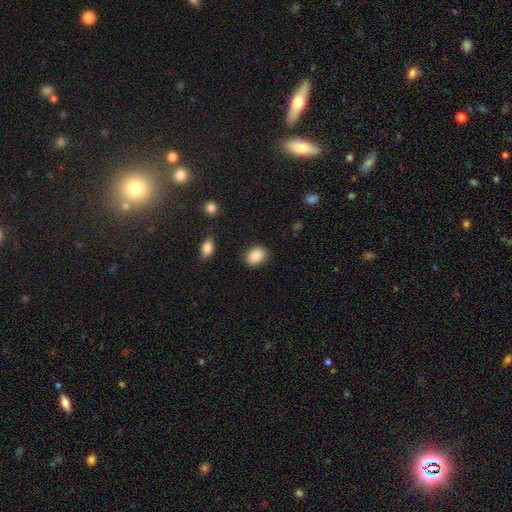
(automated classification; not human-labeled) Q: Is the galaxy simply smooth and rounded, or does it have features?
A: smooth — 89%.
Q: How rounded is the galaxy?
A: in between — 76%.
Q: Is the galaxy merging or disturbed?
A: none — 85%.